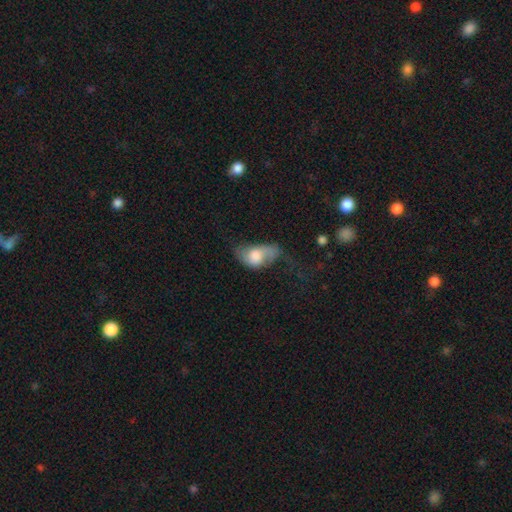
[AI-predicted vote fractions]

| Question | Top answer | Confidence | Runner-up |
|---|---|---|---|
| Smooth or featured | smooth | 60% | featured or disk (32%) |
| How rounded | in between | 87% | round (10%) |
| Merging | major disturbance | 42% | minor disturbance (29%) |